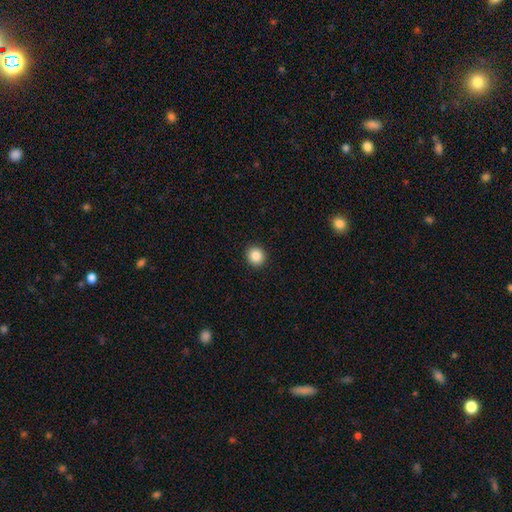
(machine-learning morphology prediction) A smooth galaxy with no disk features (87%) that is round (89%).

Vote fractions:
- Smooth or featured? smooth: 87% / star or artifact: 9% / featured or disk: 4%
- How rounded? round: 89% / in between: 10% / cigar-shaped: 1%
- Merging? none: 93% / minor disturbance: 5% / major disturbance: 2% / merger: 1%